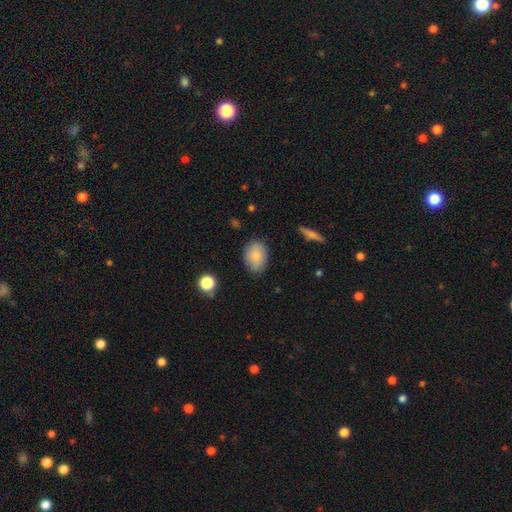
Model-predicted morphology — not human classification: The model was most divided on "how rounded": in between: 77%, round: 21%, cigar-shaped: 1%. More confident: smooth or featured — smooth (86%); merging — none (82%).